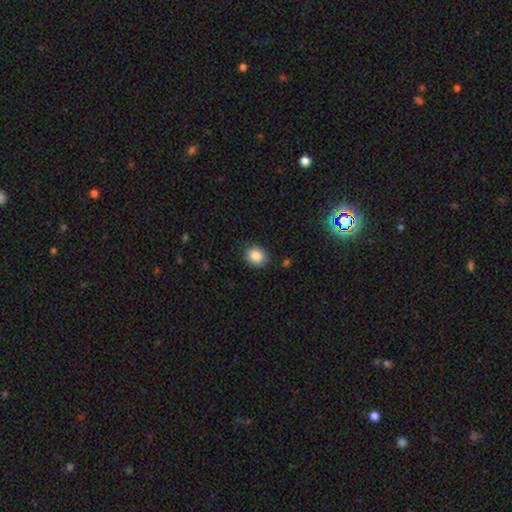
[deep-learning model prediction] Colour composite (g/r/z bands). It shows a smooth galaxy with no disk features (86%) that is round (68%). Merging: none (84%).